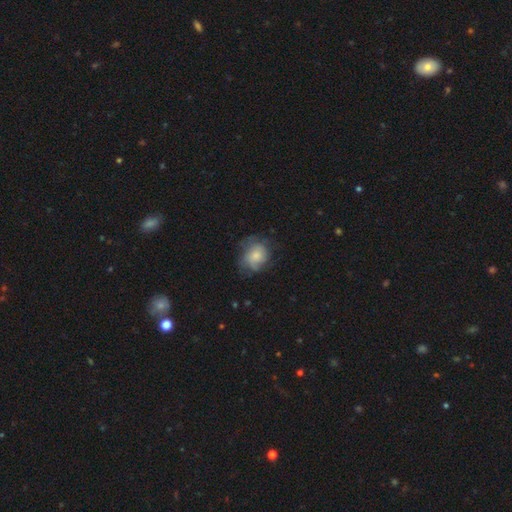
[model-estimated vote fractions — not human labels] smooth_or_featured: smooth (p=0.64) [alt: featured or disk p=0.27]
how_rounded: round (p=0.61) [alt: in between p=0.38]
merging: none (p=0.55) [alt: minor disturbance p=0.27]